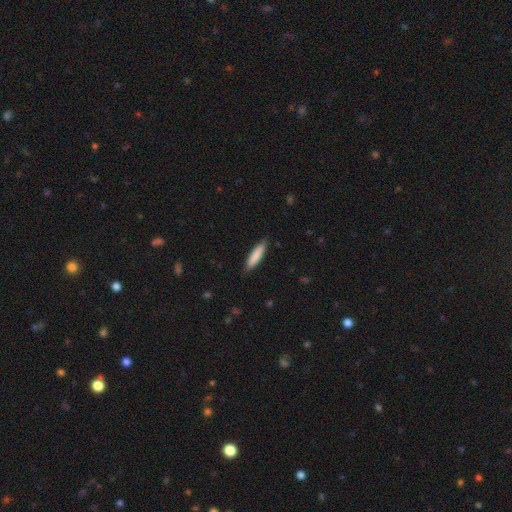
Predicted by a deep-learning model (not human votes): smooth_or_featured: smooth (p=0.84) [alt: featured or disk p=0.11]
how_rounded: cigar-shaped (p=0.82) [alt: in between p=0.17]
merging: none (p=0.88) [alt: minor disturbance p=0.10]